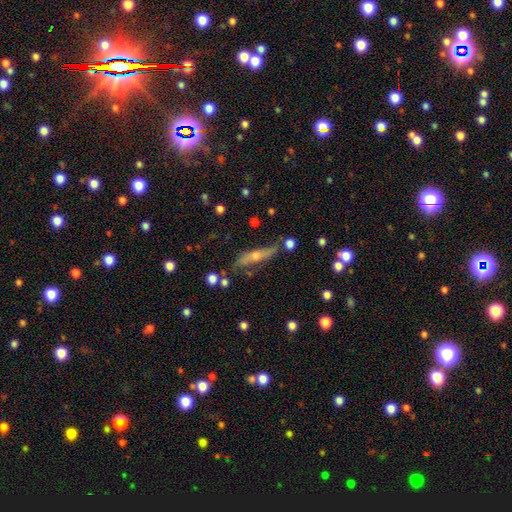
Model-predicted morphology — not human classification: This is possibly a featured or disk galaxy (55%). It is likely viewed edge-on (78%). Merging: likely none (66%).